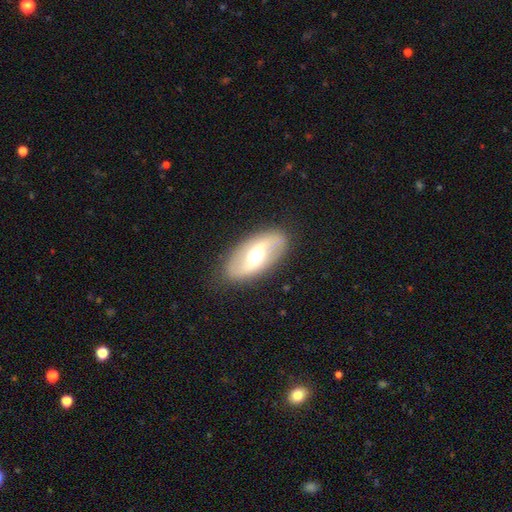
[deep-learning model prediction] A featured or disk galaxy (68%) with a weak bar (40%), spiral arms (73%) and a moderate central bulge (66%). Merging: none (86%).